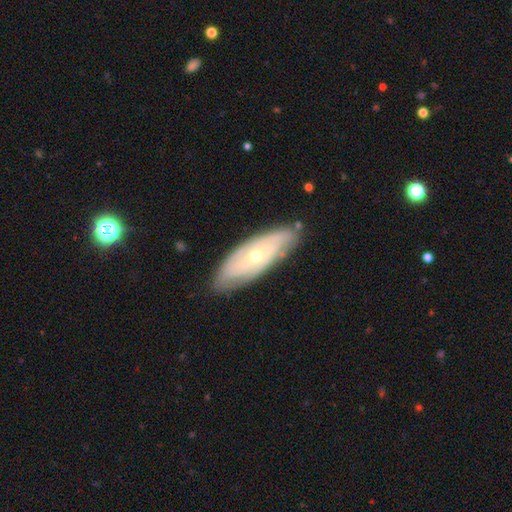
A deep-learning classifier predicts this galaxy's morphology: Smooth or featured?
  - featured or disk: 71% *
  - smooth: 23%
  - star or artifact: 6%
Edge-on disk?
  - no: 81% *
  - yes: 19%
Bar?
  - no: 66% *
  - weak: 26%
  - strong: 8%
Spiral arms?
  - yes: 76% *
  - no: 24%
Bulge size?
  - small: 64% *
  - moderate: 33%
  - large: 1%
  - none: 1%
  - dominant: 1%
Merging?
  - none: 79% *
  - minor disturbance: 16%
  - major disturbance: 3%
  - merger: 2%